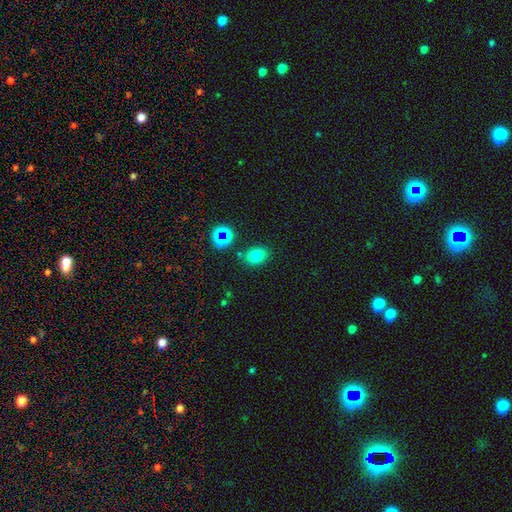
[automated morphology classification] smooth-or-featured: smooth: 76% | star or artifact: 16% | featured or disk: 8%
  how-rounded: in between: 70% | round: 29% | cigar-shaped: 1%
  merging: none: 81% | minor disturbance: 11% | merger: 5% | major disturbance: 3%